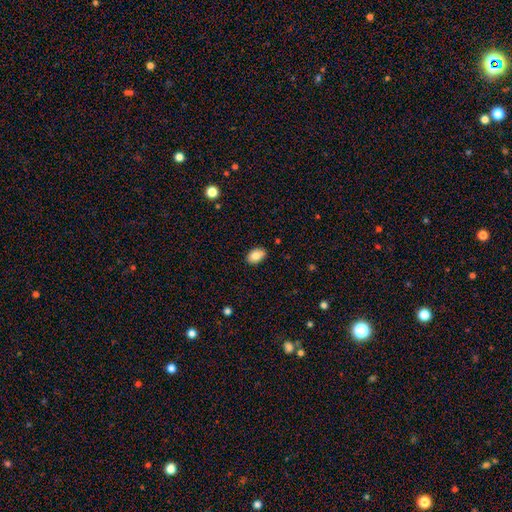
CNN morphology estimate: Smooth or featured: smooth — 82% (featured or disk — 10%)
How rounded: in between — 88% (round — 11%)
Merging: none — 85% (minor disturbance — 12%)